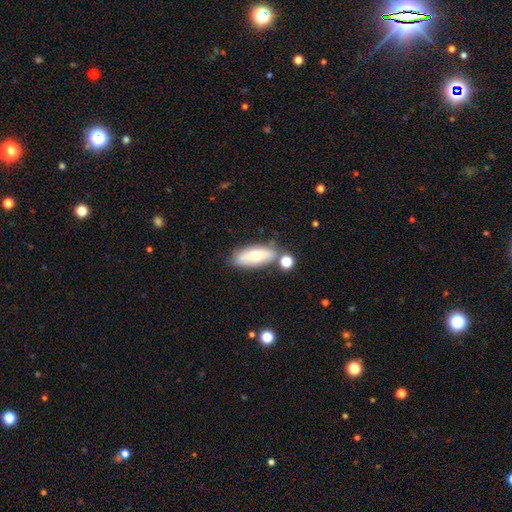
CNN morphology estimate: Overall: smooth (69%). How rounded: in between (72%). Merging: none (66%).